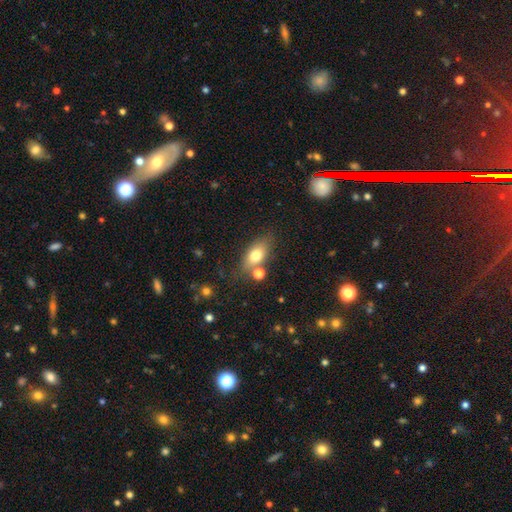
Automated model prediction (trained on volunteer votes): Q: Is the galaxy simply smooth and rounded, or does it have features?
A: smooth — 74%.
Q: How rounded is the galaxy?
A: in between — 79%.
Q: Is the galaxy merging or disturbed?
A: none — 66%.